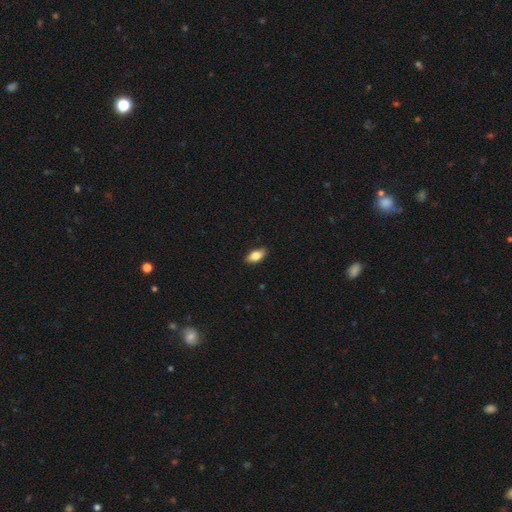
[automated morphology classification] This is likely a smooth galaxy (79%). How rounded: clearly in between (88%). Merging: clearly none (88%).